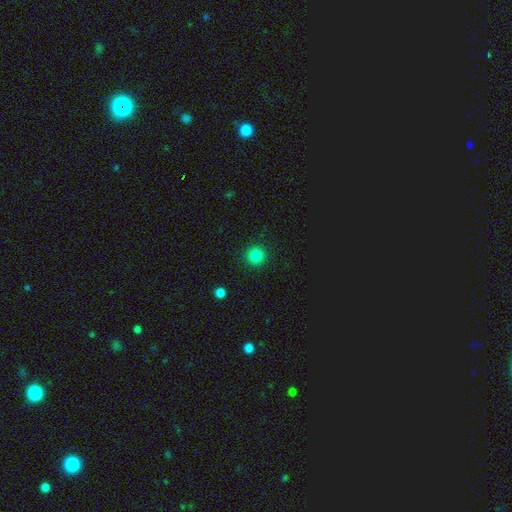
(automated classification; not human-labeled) Smooth or featured: smooth — 84% (star or artifact — 12%)
How rounded: round — 95% (in between — 4%)
Merging: none — 92% (minor disturbance — 5%)